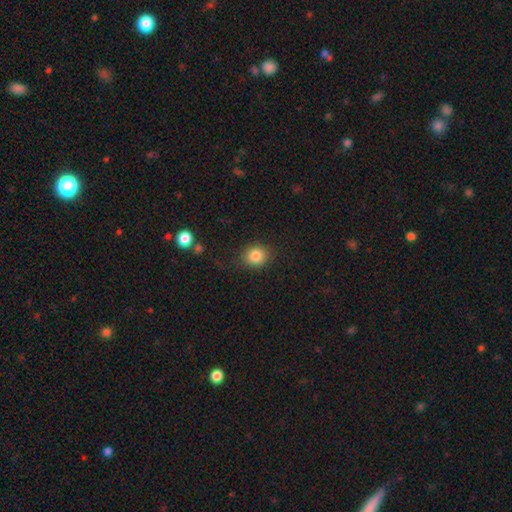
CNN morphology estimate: A smooth galaxy with no disk features (84%) that is round (76%).

Vote fractions:
- Smooth or featured? smooth: 84% / star or artifact: 10% / featured or disk: 5%
- How rounded? round: 76% / in between: 23% / cigar-shaped: 1%
- Merging? none: 84% / minor disturbance: 11% / major disturbance: 4% / merger: 2%